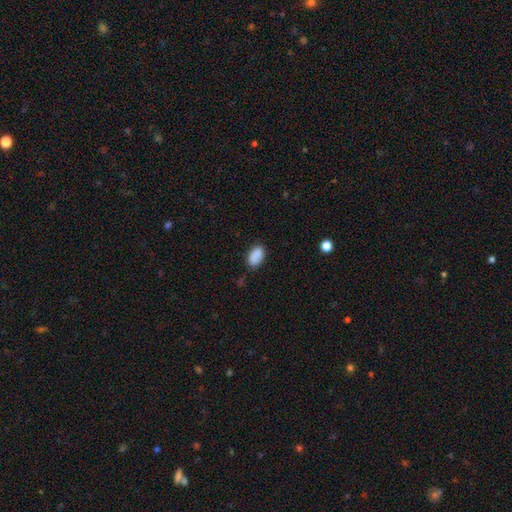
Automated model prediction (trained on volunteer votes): The model was most divided on "merging": none: 77%, minor disturbance: 18%, major disturbance: 3%, merger: 2%. More confident: how rounded — in between (91%); smooth or featured — smooth (88%).